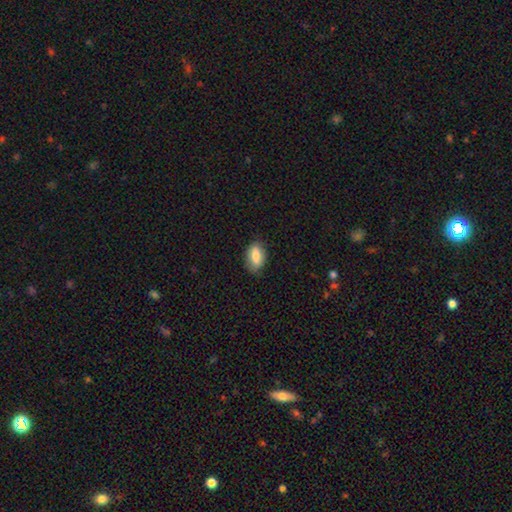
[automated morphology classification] Smooth or featured: smooth — 78% (featured or disk — 15%)
How rounded: in between — 89% (round — 7%)
Merging: none — 80% (minor disturbance — 16%)